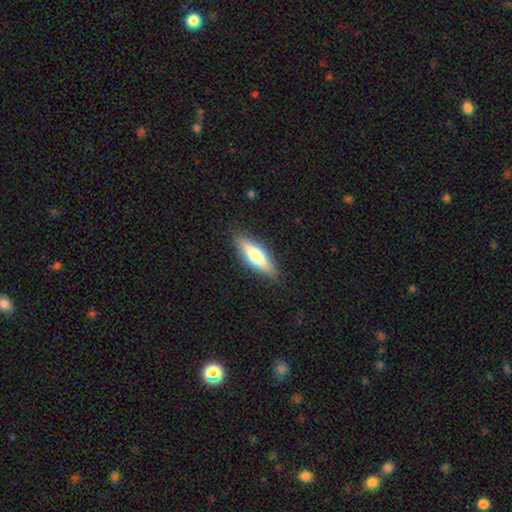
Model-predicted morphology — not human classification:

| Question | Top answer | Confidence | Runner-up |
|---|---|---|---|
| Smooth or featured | smooth | 52% | featured or disk (41%) |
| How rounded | cigar-shaped | 59% | in between (39%) |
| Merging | none | 86% | minor disturbance (10%) |